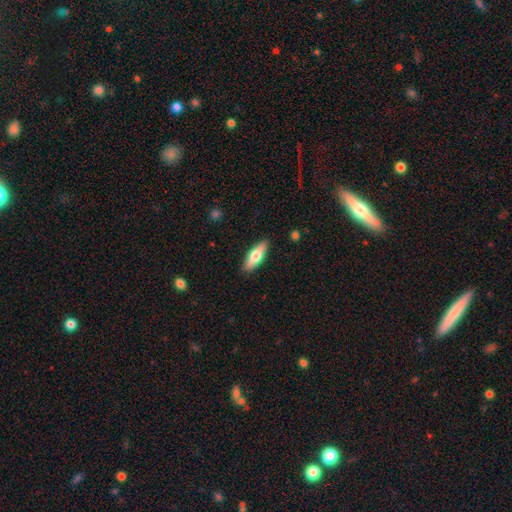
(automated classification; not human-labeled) smooth_or_featured: smooth (p=0.62) [alt: featured or disk p=0.33]
how_rounded: in between (p=0.57) [alt: cigar-shaped p=0.41]
merging: none (p=0.88) [alt: minor disturbance p=0.09]